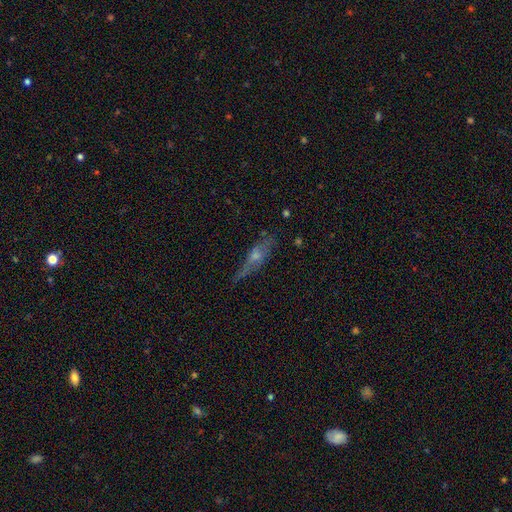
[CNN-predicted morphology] type=featured or disk (58%); edge-on=yes (73%); merging=none (62%).